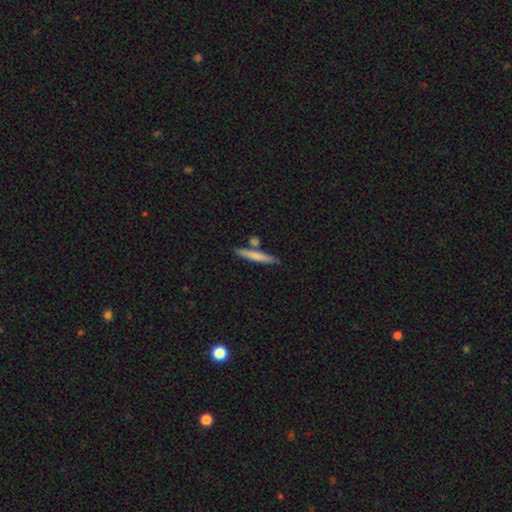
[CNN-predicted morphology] The model was most divided on "smooth or featured": smooth: 69%, featured or disk: 26%, star or artifact: 6%. More confident: how rounded — cigar-shaped (93%); merging — none (76%).